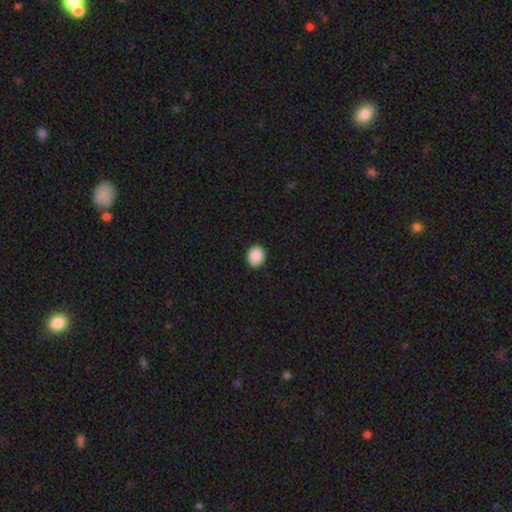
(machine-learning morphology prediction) type=smooth (89%); roundness=round (57%); merging=none (90%).